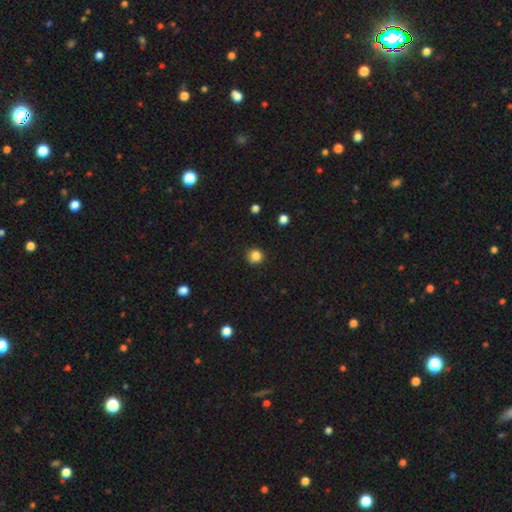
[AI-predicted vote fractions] Smooth or featured: smooth — 85% (star or artifact — 12%)
How rounded: round — 91% (in between — 8%)
Merging: none — 86% (minor disturbance — 10%)